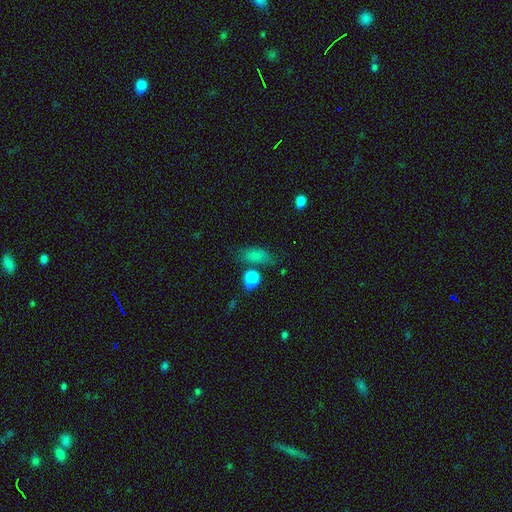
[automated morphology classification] Smooth or featured?
  - smooth: 79% *
  - star or artifact: 12%
  - featured or disk: 9%
How rounded?
  - in between: 81% *
  - round: 10%
  - cigar-shaped: 9%
Merging?
  - none: 53% *
  - minor disturbance: 22%
  - merger: 13%
  - major disturbance: 11%